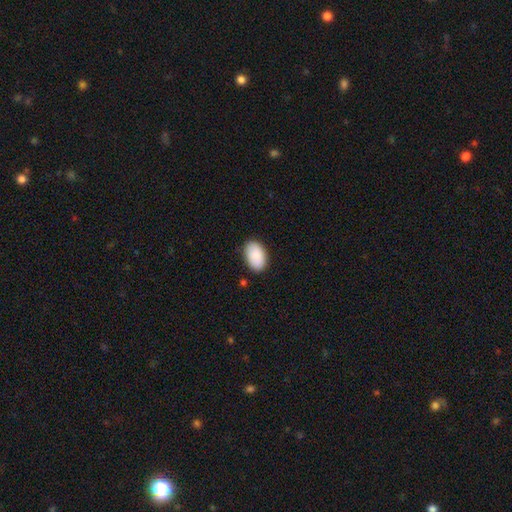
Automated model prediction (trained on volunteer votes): Q: Smooth or featured?
A: smooth (88%); runner-up: star or artifact (6%)
Q: How rounded?
A: in between (93%); runner-up: round (5%)
Q: Merging?
A: none (85%); runner-up: minor disturbance (12%)